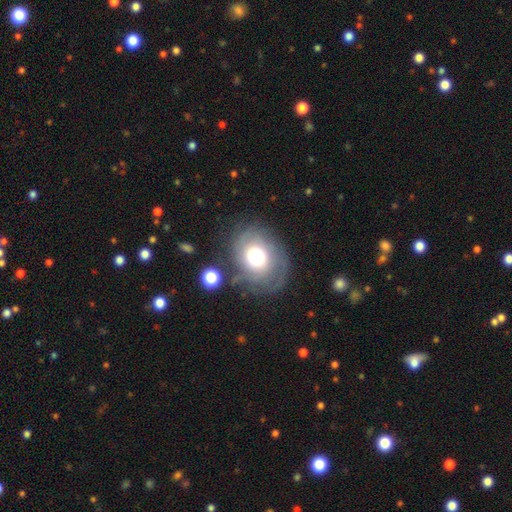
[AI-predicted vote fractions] Q: Smooth or featured?
A: smooth (46%); runner-up: featured or disk (44%)
Q: Merging?
A: none (63%); runner-up: minor disturbance (20%)